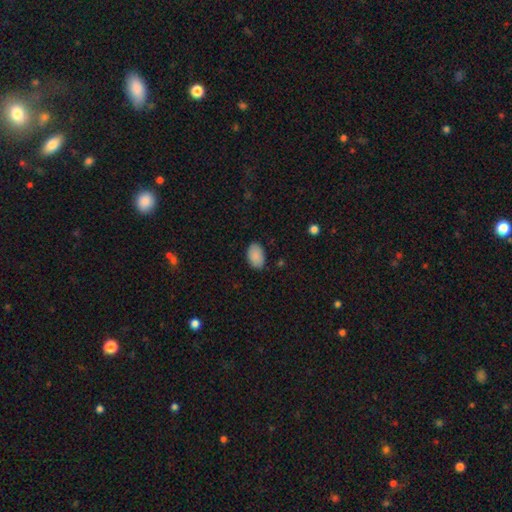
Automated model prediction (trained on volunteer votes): smooth_or_featured: smooth (p=0.89) [alt: star or artifact p=0.07]
how_rounded: in between (p=0.90) [alt: round p=0.09]
merging: none (p=0.84) [alt: minor disturbance p=0.12]